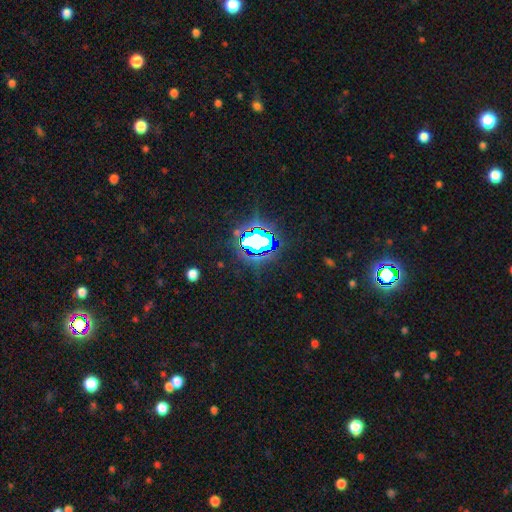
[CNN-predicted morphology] Smooth or featured: star or artifact — 82% (smooth — 12%)